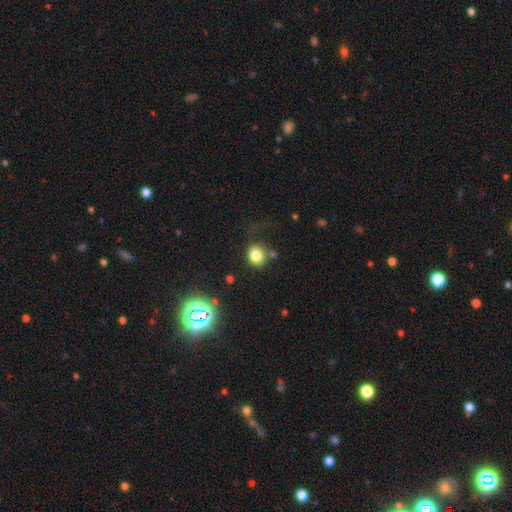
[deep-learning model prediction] Smooth or featured: smooth — 79% (star or artifact — 13%)
How rounded: round — 71% (in between — 28%)
Merging: none — 66% (minor disturbance — 17%)